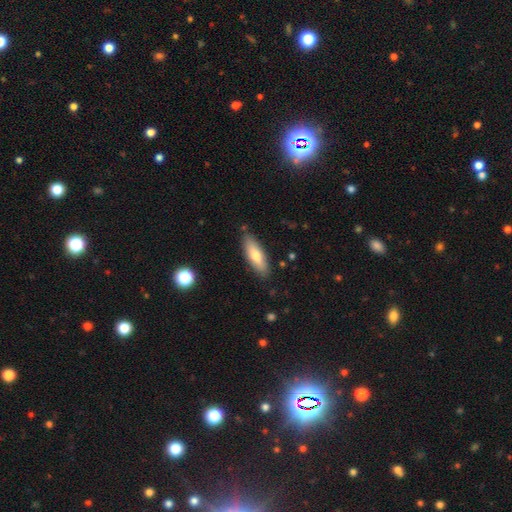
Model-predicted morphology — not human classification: Smooth or featured: smooth — 71% (featured or disk — 23%)
How rounded: in between — 53% (cigar-shaped — 45%)
Merging: none — 85% (minor disturbance — 11%)